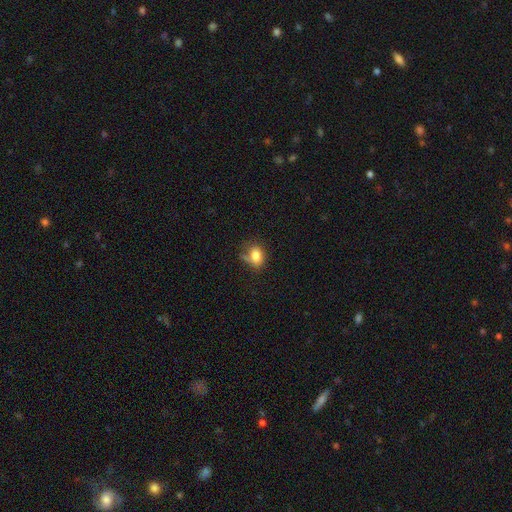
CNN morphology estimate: Smooth or featured: smooth — 79% (featured or disk — 11%)
How rounded: in between — 64% (round — 34%)
Merging: none — 50% (minor disturbance — 29%)